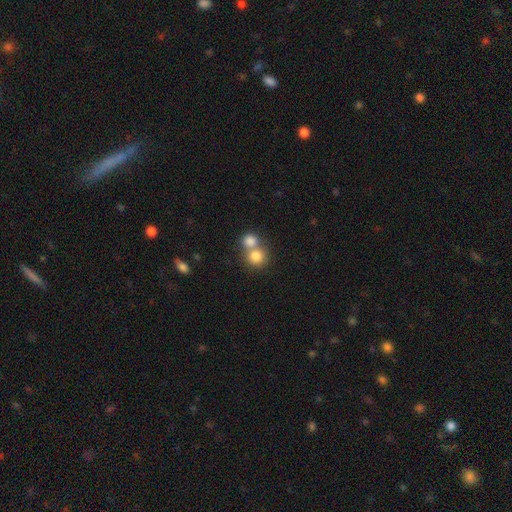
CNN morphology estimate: Smooth or featured? Predicted: smooth (p=0.80). How rounded? Predicted: round (p=0.85). Merging? Predicted: merger (p=0.51).